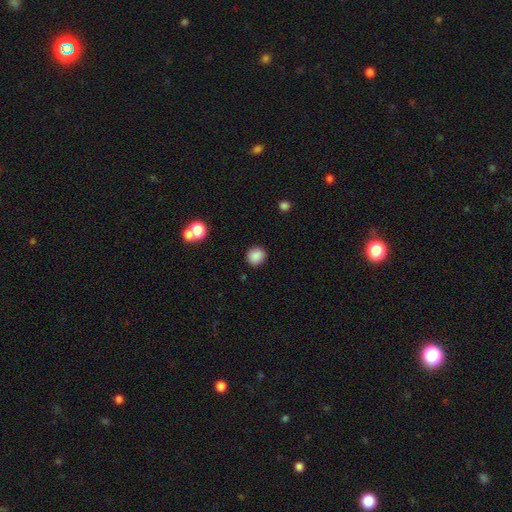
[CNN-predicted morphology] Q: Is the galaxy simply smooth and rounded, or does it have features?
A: smooth — 87%.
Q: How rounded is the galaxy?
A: round — 86%.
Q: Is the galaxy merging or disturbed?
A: none — 89%.